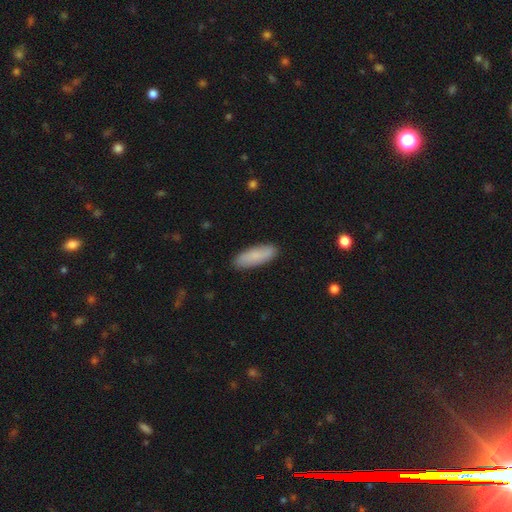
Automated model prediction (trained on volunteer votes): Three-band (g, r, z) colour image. It shows a smooth galaxy with no disk features (82%) that is in between round and cigar-shaped (58%). Merging: none (88%).